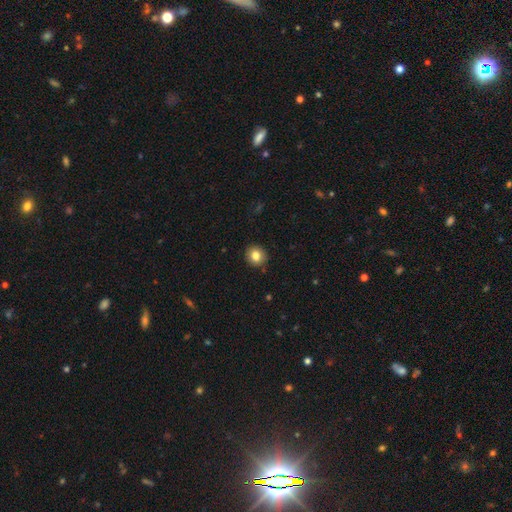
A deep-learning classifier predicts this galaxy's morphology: Smooth or featured? Predicted: smooth (p=0.82). How rounded? Predicted: round (p=0.87). Merging? Predicted: none (p=0.91).